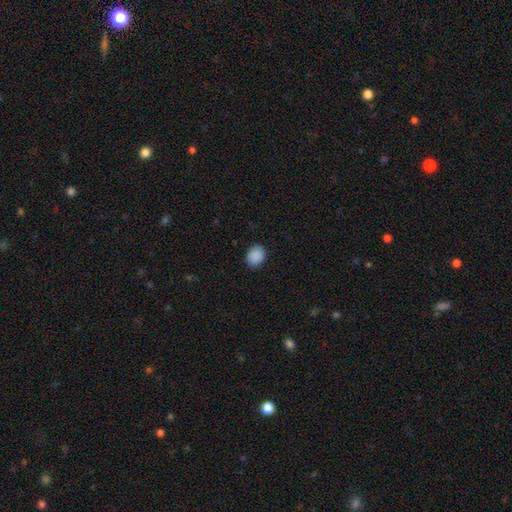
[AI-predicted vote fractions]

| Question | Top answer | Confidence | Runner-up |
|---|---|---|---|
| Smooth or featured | smooth | 90% | star or artifact (8%) |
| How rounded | round | 55% | in between (45%) |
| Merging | none | 89% | minor disturbance (8%) |